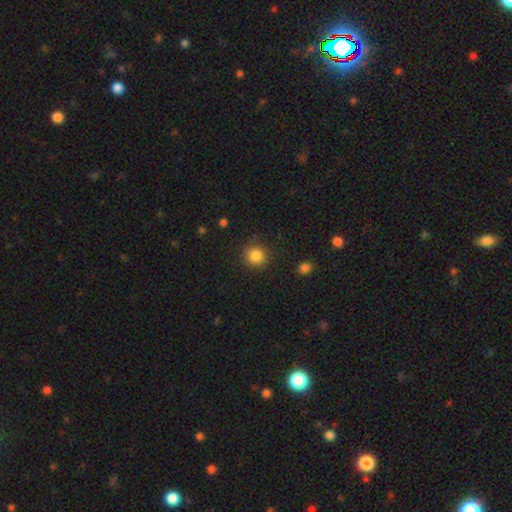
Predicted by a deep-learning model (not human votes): This appears to be a smooth galaxy with no disk features (85%) that is round (91%). Merging: none (87%).